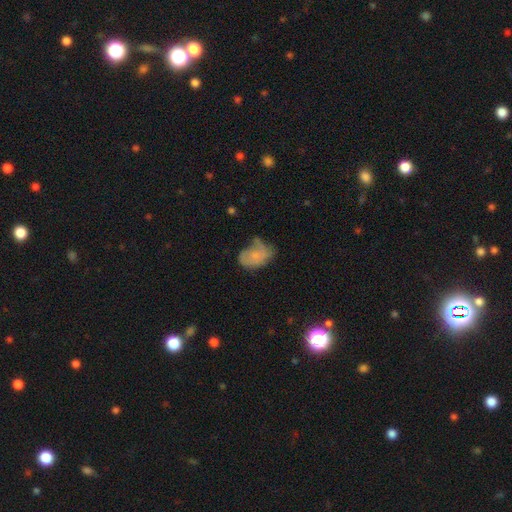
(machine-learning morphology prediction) Smooth or featured? smooth (58%)
How rounded? in between (83%)
Merging? minor disturbance (35%)